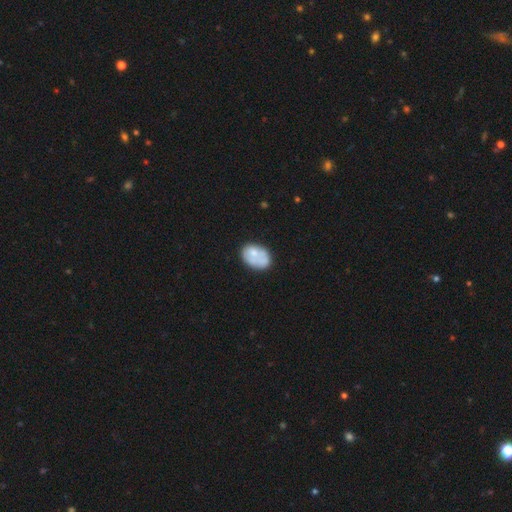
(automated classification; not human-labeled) smooth 66%, featured or disk 27%, star or artifact 7%. Down the decision tree: how rounded — in between (80%); merging — none (51%).